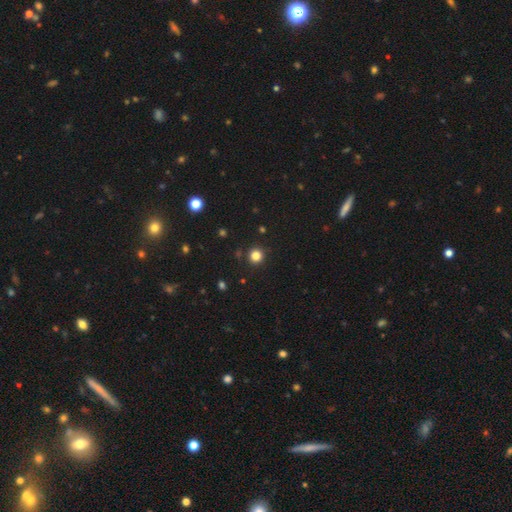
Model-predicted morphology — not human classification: The model was most divided on "smooth or featured": smooth: 82%, star or artifact: 14%, featured or disk: 4%. More confident: how rounded — round (95%); merging — none (92%).